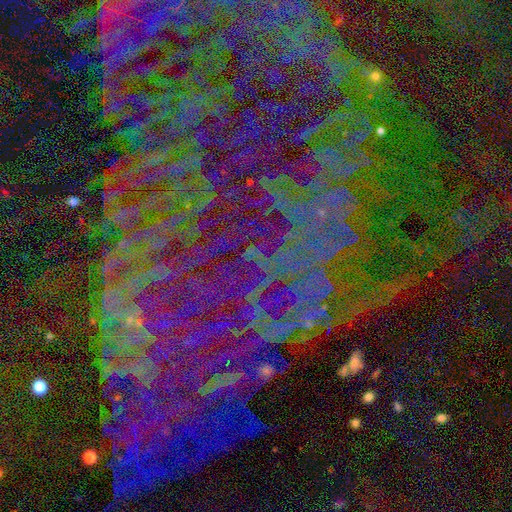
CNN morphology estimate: The model was most divided on "smooth or featured": star or artifact: 86%, featured or disk: 8%, smooth: 6%.